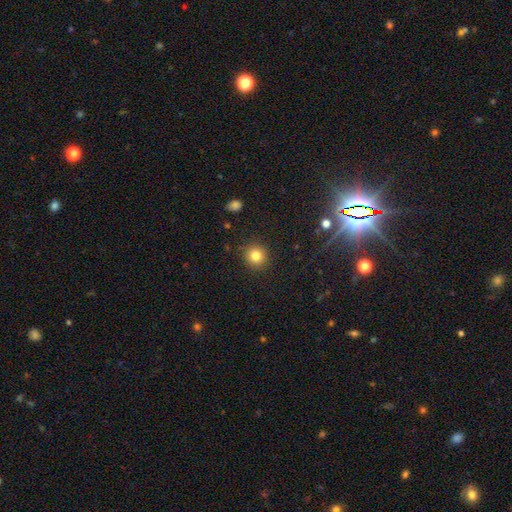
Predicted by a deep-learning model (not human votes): A smooth galaxy with no disk features (82%) that is round (90%). Merging: none (90%).